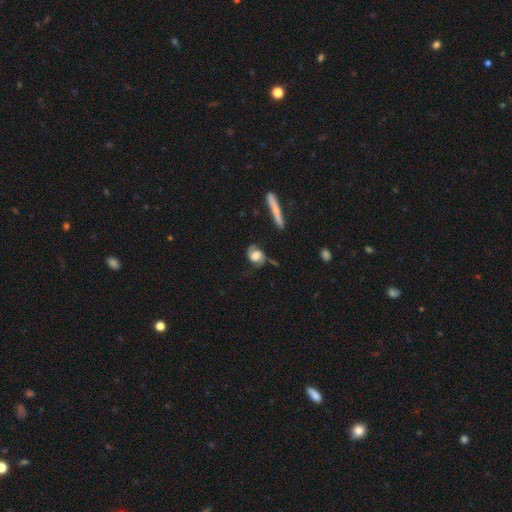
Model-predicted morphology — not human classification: Smooth or featured? Predicted: featured or disk (p=0.72). Edge-on disk? Predicted: no (p=0.94). Bar? Predicted: no (p=0.56). Spiral arms? Predicted: yes (p=0.94). Spiral winding? Predicted: medium (p=0.47). Spiral arm count? Predicted: 2 (p=0.90). Bulge size? Predicted: large (p=0.46). Merging? Predicted: none (p=0.65).